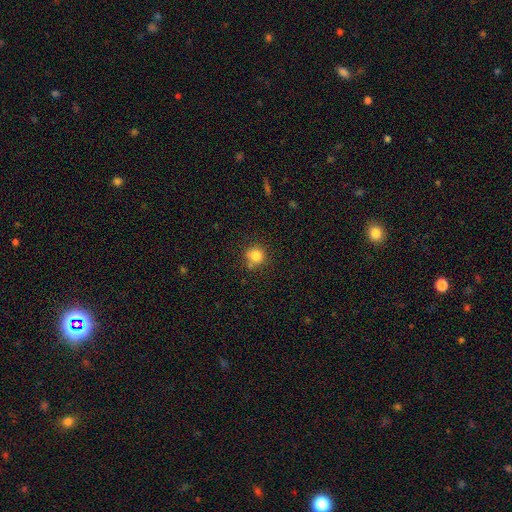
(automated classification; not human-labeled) smooth-or-featured: smooth: 81% | star or artifact: 12% | featured or disk: 7%
  how-rounded: round: 86% | in between: 13% | cigar-shaped: 1%
  merging: none: 66% | minor disturbance: 18% | merger: 11% | major disturbance: 5%